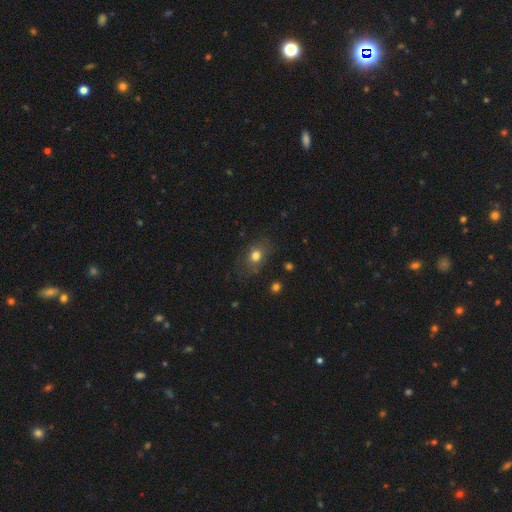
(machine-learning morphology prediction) A smooth galaxy with no disk features (74%) that is in between round and cigar-shaped (61%). Merging: none (72%).